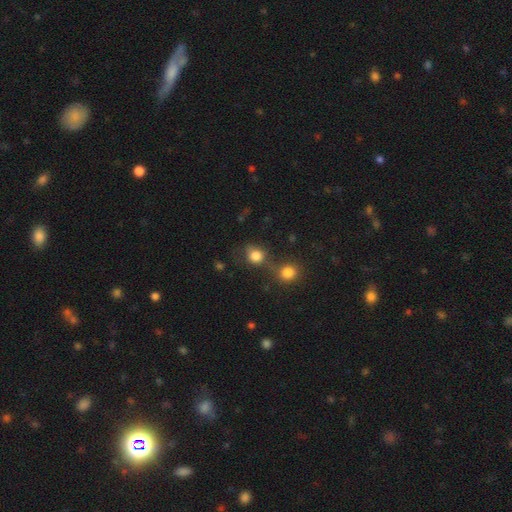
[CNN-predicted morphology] smooth_or_featured: smooth (p=0.81) [alt: star or artifact p=0.12]
how_rounded: round (p=0.77) [alt: in between p=0.22]
merging: none (p=0.52) [alt: merger p=0.25]